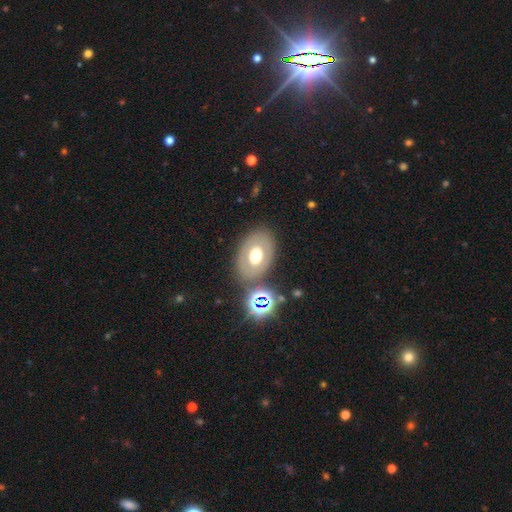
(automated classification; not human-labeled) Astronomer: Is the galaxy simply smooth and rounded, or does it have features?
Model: smooth — 51% (runner-up: featured or disk, 38%).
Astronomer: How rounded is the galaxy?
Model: in between — 76%.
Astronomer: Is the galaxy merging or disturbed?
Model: none — 76%.